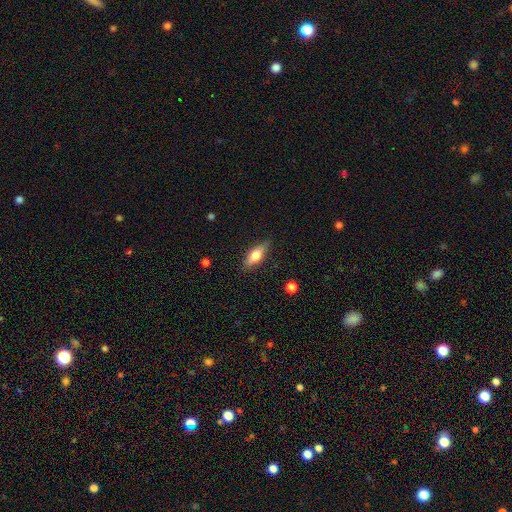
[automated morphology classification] A smooth galaxy with no disk features (59%) that is in between round and cigar-shaped (58%).

Vote fractions:
- Smooth or featured? smooth: 59% / featured or disk: 34% / star or artifact: 7%
- How rounded? in between: 58% / cigar-shaped: 39% / round: 3%
- Merging? none: 84% / minor disturbance: 12% / major disturbance: 3% / merger: 1%